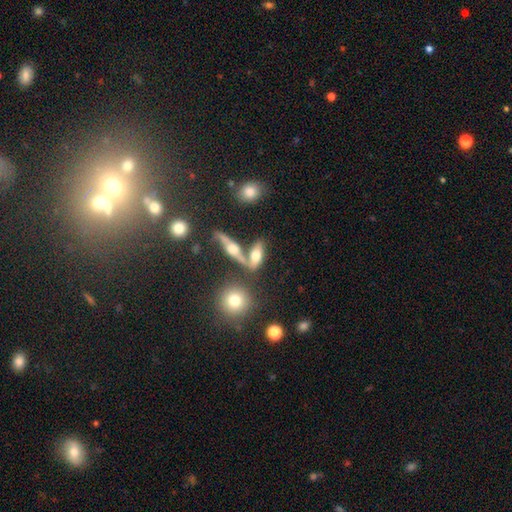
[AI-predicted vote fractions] Smooth or featured?
  - smooth: 58% *
  - featured or disk: 33%
  - star or artifact: 10%
How rounded?
  - in between: 69% *
  - cigar-shaped: 22%
  - round: 9%
Merging?
  - none: 46% *
  - merger: 37%
  - minor disturbance: 11%
  - major disturbance: 6%